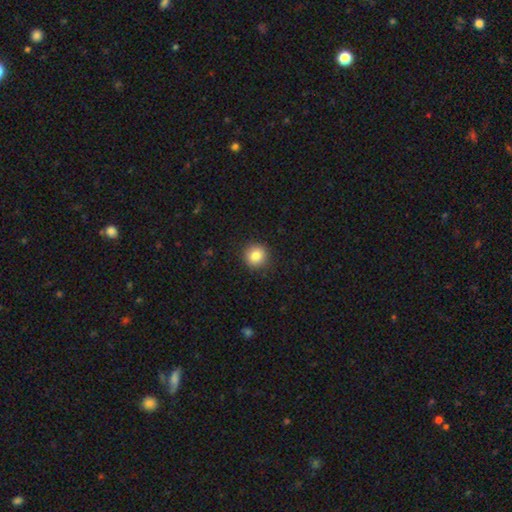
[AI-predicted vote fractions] Smooth or featured: smooth — 84% (star or artifact — 10%)
How rounded: round — 93% (in between — 6%)
Merging: none — 91% (minor disturbance — 6%)